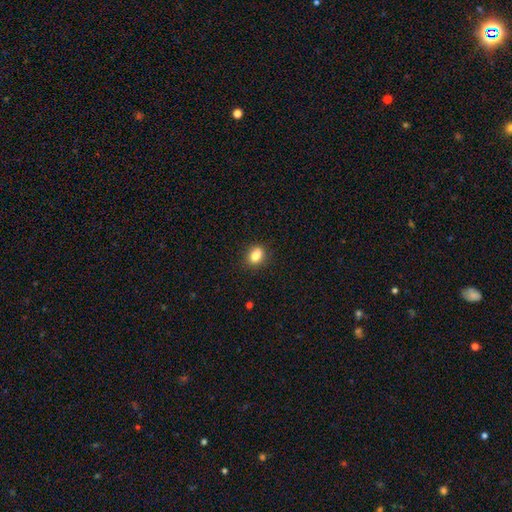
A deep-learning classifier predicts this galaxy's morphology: Smooth or featured: smooth — 84% (star or artifact — 10%)
How rounded: in between — 65% (round — 33%)
Merging: none — 80% (minor disturbance — 14%)